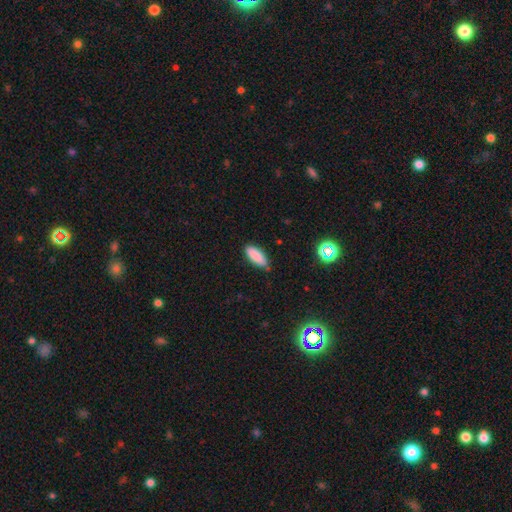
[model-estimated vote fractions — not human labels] Smooth or featured: smooth — 87% (star or artifact — 8%)
How rounded: in between — 80% (cigar-shaped — 18%)
Merging: none — 74% (minor disturbance — 21%)